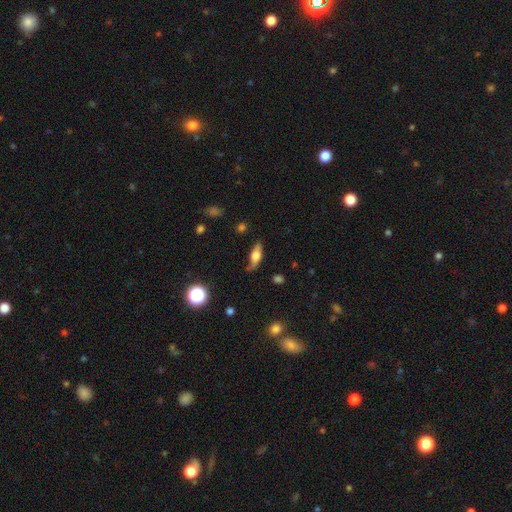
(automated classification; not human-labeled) Smooth or featured? smooth (53%)
How rounded? in between (56%)
Merging? none (75%)